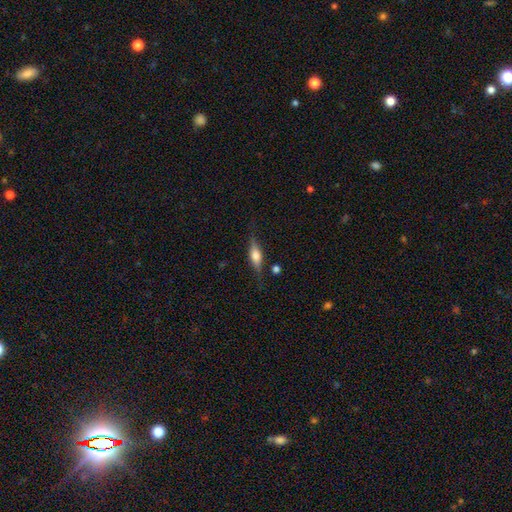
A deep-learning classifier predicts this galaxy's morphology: Smooth or featured?
  - featured or disk: 53% *
  - smooth: 40%
  - star or artifact: 7%
Edge-on disk?
  - yes: 92% *
  - no: 8%
Merging?
  - none: 78% *
  - minor disturbance: 15%
  - major disturbance: 5%
  - merger: 3%